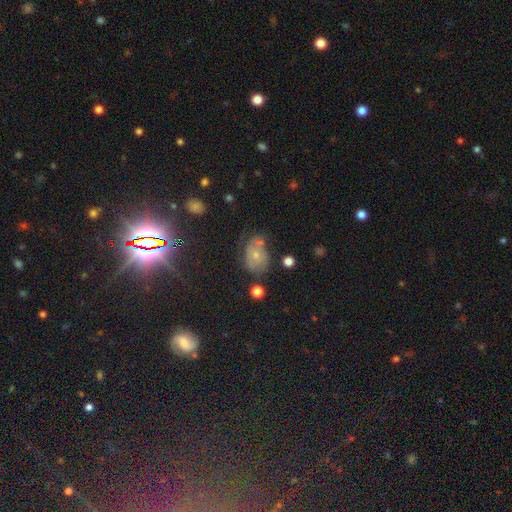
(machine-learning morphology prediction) Q: Smooth or featured?
A: smooth (52%); runner-up: featured or disk (32%)
Q: How rounded?
A: in between (67%); runner-up: round (32%)
Q: Merging?
A: none (43%); runner-up: minor disturbance (28%)